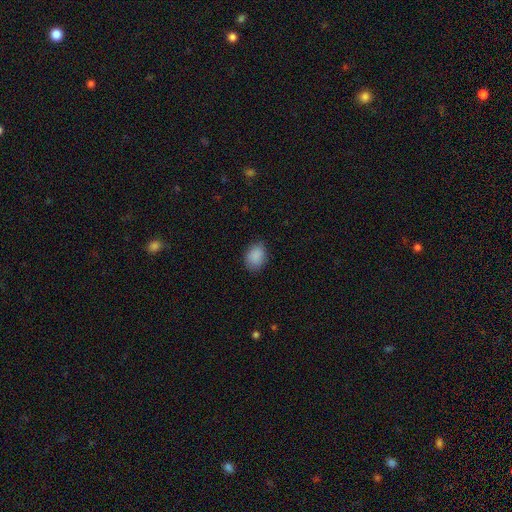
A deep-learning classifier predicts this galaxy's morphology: Overall: smooth (89%). How rounded: in between (64%; round 35%). Merging: none (82%).